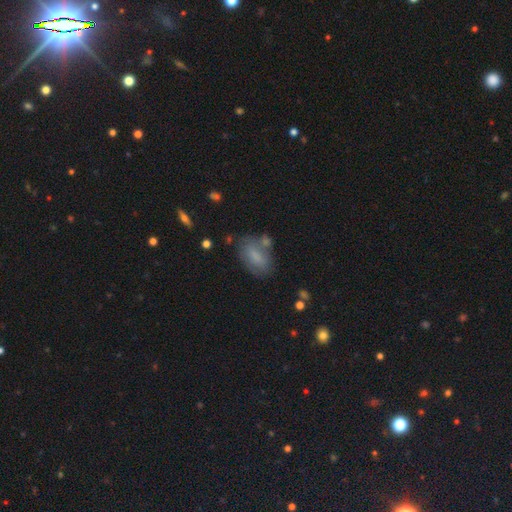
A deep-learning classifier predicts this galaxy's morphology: Smooth or featured? Predicted: smooth (p=0.70). How rounded? Predicted: in between (p=0.87). Merging? Predicted: none (p=0.59).